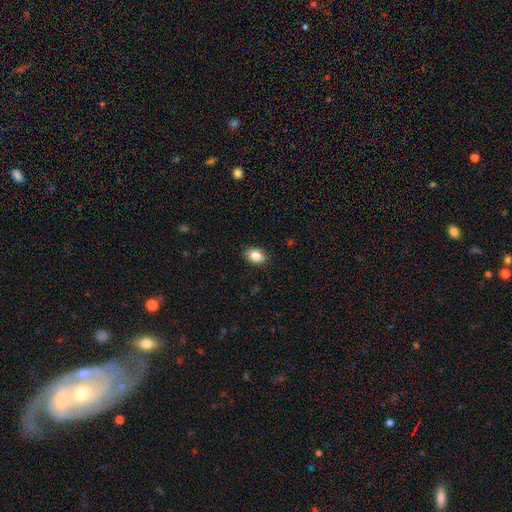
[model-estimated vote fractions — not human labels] smooth_or_featured: smooth (p=0.85) [alt: star or artifact p=0.08]
how_rounded: in between (p=0.83) [alt: round p=0.15]
merging: none (p=0.89) [alt: minor disturbance p=0.08]